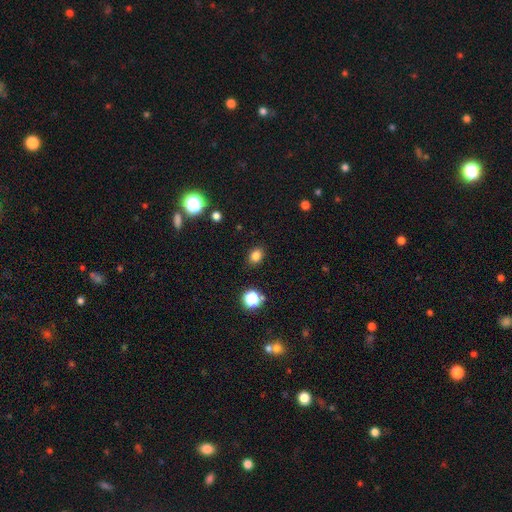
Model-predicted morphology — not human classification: Smooth or featured?
  - smooth: 81% *
  - star or artifact: 14%
  - featured or disk: 5%
How rounded?
  - in between: 58% *
  - round: 41%
  - cigar-shaped: 1%
Merging?
  - none: 87% *
  - minor disturbance: 9%
  - major disturbance: 2%
  - merger: 2%